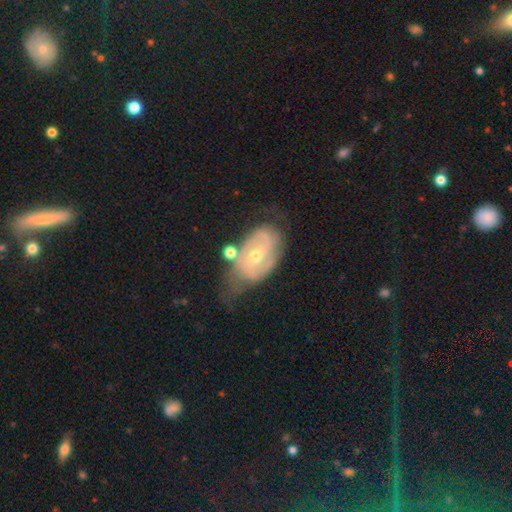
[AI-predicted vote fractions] Smooth or featured? Predicted: featured or disk (p=0.78). Edge-on disk? Predicted: no (p=0.95). Bar? Predicted: no (p=0.53). Spiral arms? Predicted: yes (p=0.84). Spiral winding? Predicted: tight (p=0.52). Spiral arm count? Predicted: 2 (p=0.56). Bulge size? Predicted: moderate (p=0.54). Merging? Predicted: none (p=0.47).